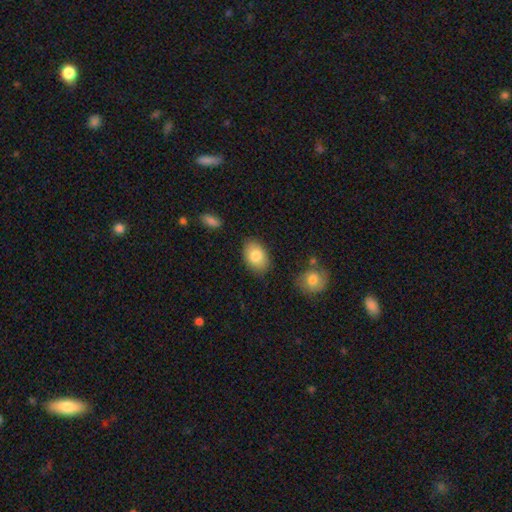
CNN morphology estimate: Q: Smooth or featured?
A: smooth (82%); runner-up: featured or disk (11%)
Q: How rounded?
A: in between (86%); runner-up: round (13%)
Q: Merging?
A: none (84%); runner-up: minor disturbance (11%)